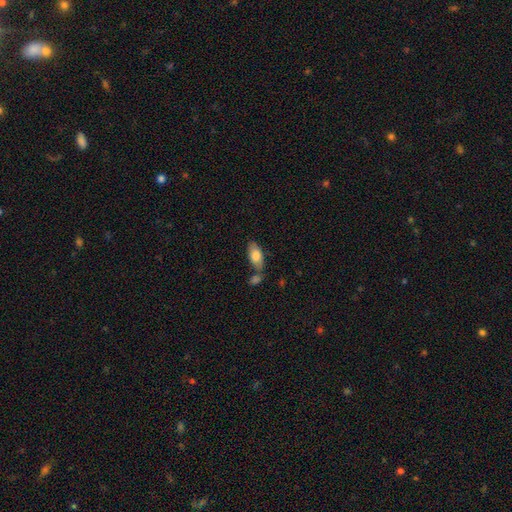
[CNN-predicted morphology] This is likely a smooth galaxy (78%). How rounded: clearly in between (90%). Merging: possibly none (59%).